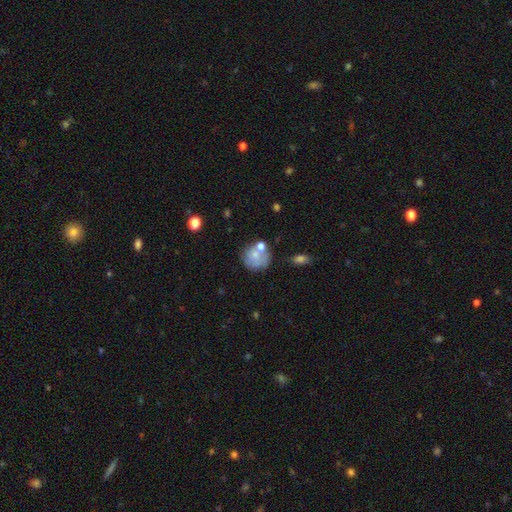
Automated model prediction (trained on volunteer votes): Smooth or featured? Predicted: smooth (p=0.63). How rounded? Predicted: round (p=0.79). Merging? Predicted: none (p=0.49).